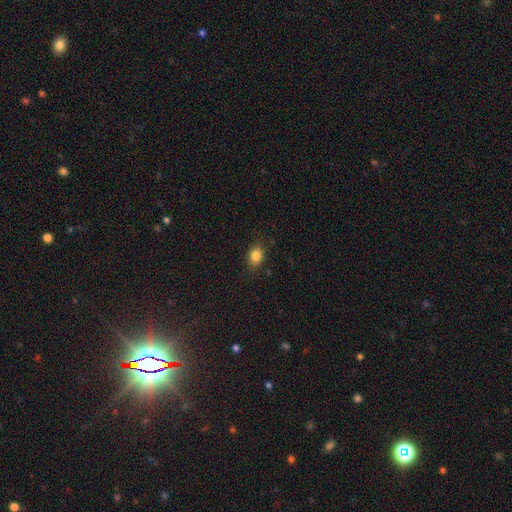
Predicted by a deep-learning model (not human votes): Overall: smooth (85%). How rounded: in between (67%; round 32%). Merging: none (86%).